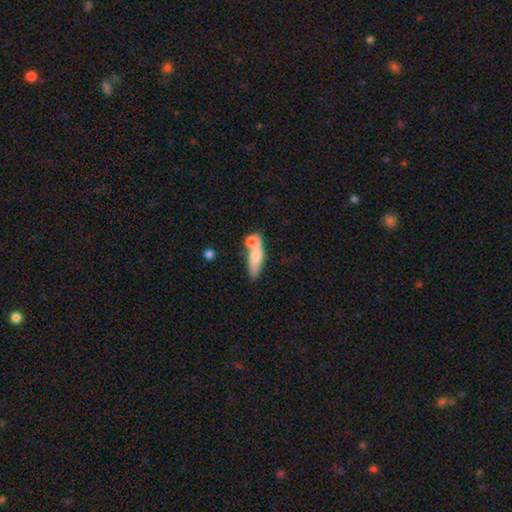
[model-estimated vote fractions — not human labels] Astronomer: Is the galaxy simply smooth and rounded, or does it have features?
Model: smooth — 70%.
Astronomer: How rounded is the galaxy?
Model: cigar-shaped — 49% (runner-up: in between, 46%).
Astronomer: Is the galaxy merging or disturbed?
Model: none — 41% (runner-up: merger, 37%).